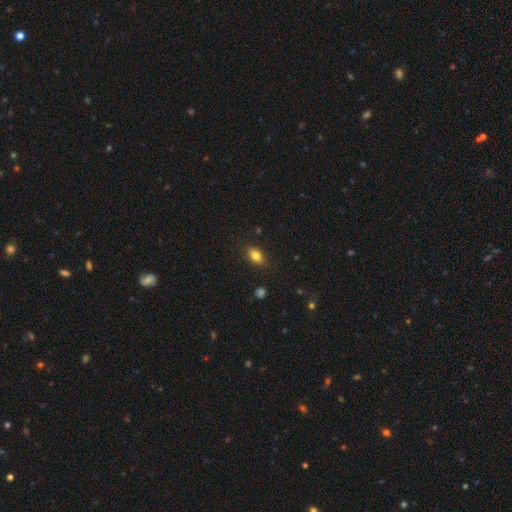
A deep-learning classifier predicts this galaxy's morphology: A smooth galaxy with no disk features (82%) that is in between round and cigar-shaped (81%).

Vote fractions:
- Smooth or featured? smooth: 82% / star or artifact: 10% / featured or disk: 8%
- How rounded? in between: 81% / round: 16% / cigar-shaped: 3%
- Merging? none: 85% / minor disturbance: 11% / major disturbance: 2% / merger: 1%